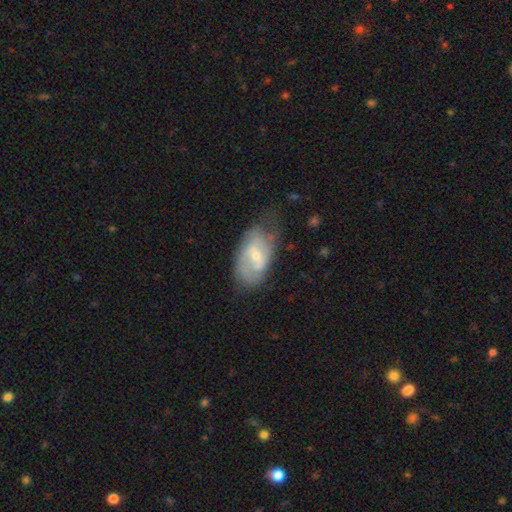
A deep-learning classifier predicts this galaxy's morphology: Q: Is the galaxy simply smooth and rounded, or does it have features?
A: featured or disk — 61%.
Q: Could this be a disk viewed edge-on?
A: no — 94%.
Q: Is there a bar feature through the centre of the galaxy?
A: weak — 50%.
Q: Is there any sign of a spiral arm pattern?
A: yes — 71%.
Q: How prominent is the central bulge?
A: small — 58%.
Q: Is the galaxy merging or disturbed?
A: none — 50%.